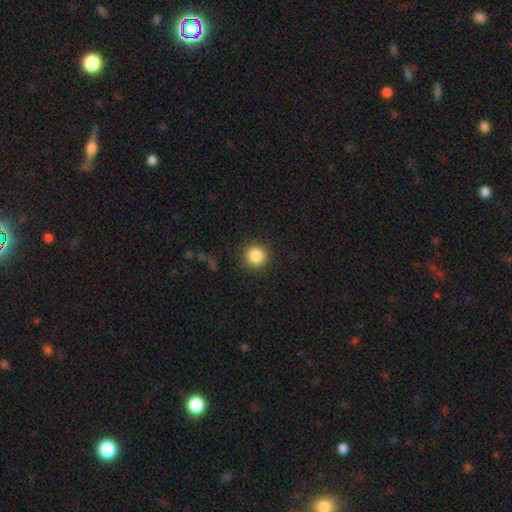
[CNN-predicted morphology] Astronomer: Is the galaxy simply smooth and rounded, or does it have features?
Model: smooth — 86%.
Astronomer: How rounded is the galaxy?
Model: round — 94%.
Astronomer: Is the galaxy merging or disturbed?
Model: none — 89%.